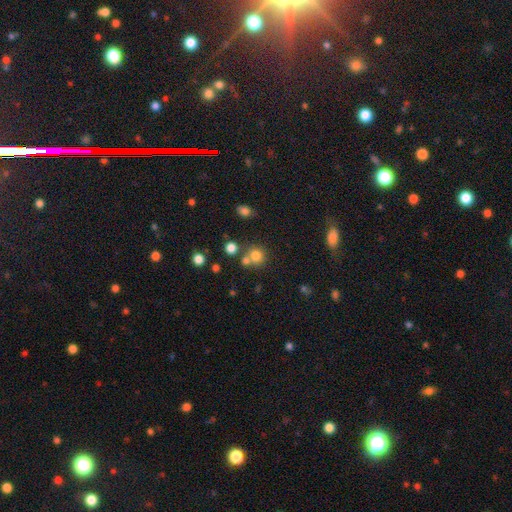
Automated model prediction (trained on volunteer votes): A smooth galaxy with no disk features (76%) that is round (87%). Merging: none (60%).